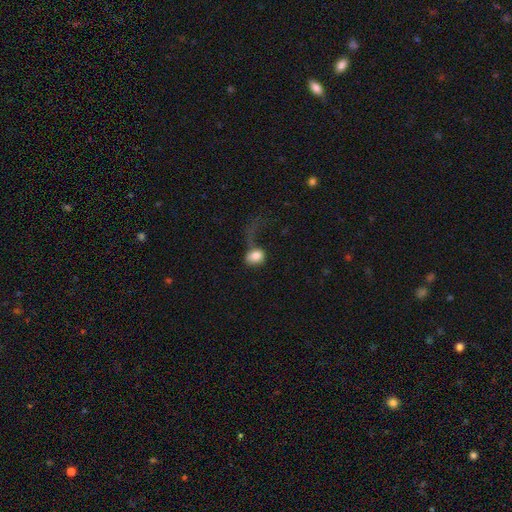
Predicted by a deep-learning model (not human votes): smooth_or_featured: smooth (p=0.77) [alt: featured or disk p=0.15]
how_rounded: round (p=0.50) [alt: in between p=0.48]
merging: major disturbance (p=0.58) [alt: none p=0.19]